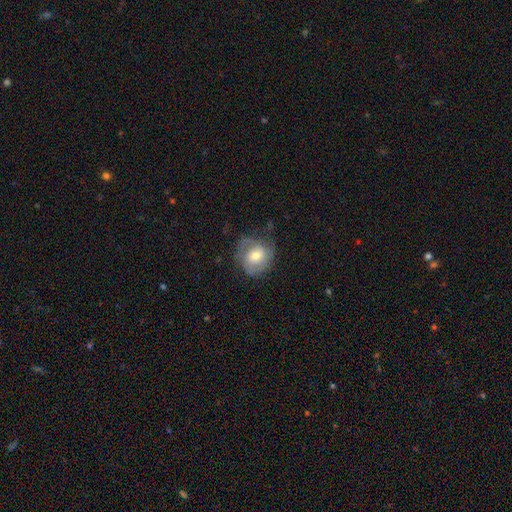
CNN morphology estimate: type=featured or disk (62%); edge-on=no (97%); bar=no (54%); spiral arms=yes (85%); winding=tight (44%); arm count=2 (57%); bulge=moderate (64%); merging=none (62%).